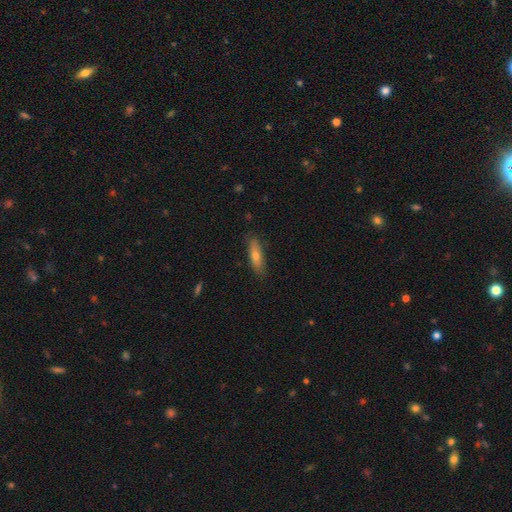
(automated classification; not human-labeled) smooth_or_featured: smooth (p=0.62) [alt: featured or disk p=0.31]
how_rounded: cigar-shaped (p=0.64) [alt: in between p=0.34]
merging: none (p=0.84) [alt: minor disturbance p=0.13]